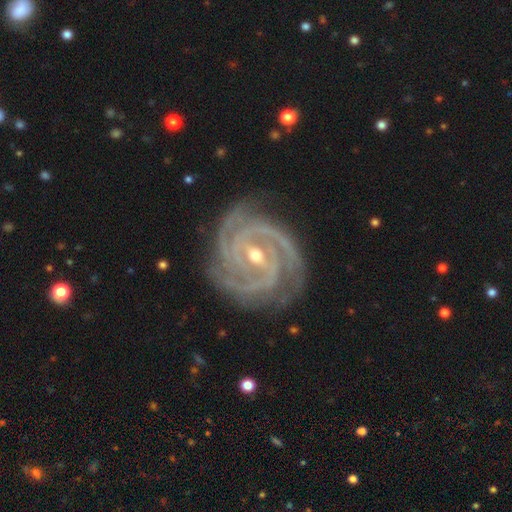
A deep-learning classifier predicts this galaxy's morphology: The model was most divided on "bulge size" (2-way tie): moderate: 49%, small: 49%, large: 1%, none: 1%, dominant: 1%. Remaining: spiral arms — yes (99%); edge-on disk — no (97%); smooth or featured — featured or disk (94%); merging — none (80%); spiral winding — tight (79%); bar — weak (44%); spiral arm count — 3 (38%).